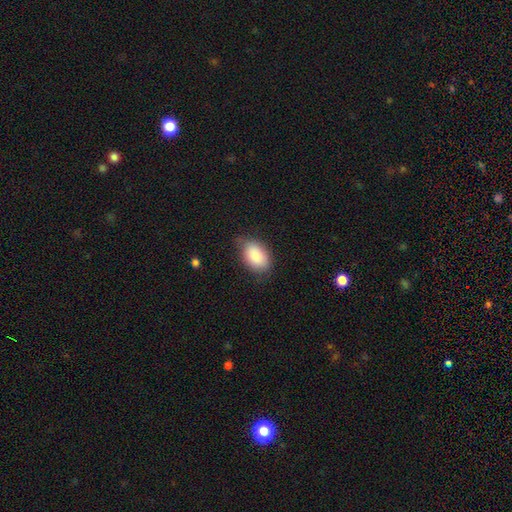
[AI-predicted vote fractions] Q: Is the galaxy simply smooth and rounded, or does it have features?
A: smooth — 86%.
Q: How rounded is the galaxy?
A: in between — 88%.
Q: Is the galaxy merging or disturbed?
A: none — 72%.